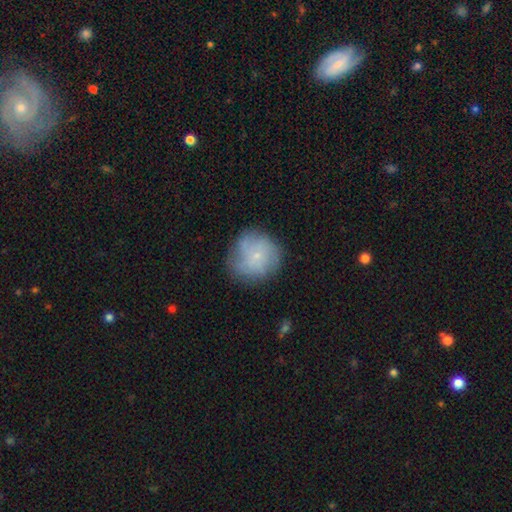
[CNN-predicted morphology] smooth-or-featured: smooth: 53% | featured or disk: 38% | star or artifact: 10%
  how-rounded: round: 89% | in between: 10% | cigar-shaped: 1%
  merging: none: 68% | minor disturbance: 21% | major disturbance: 8% | merger: 3%